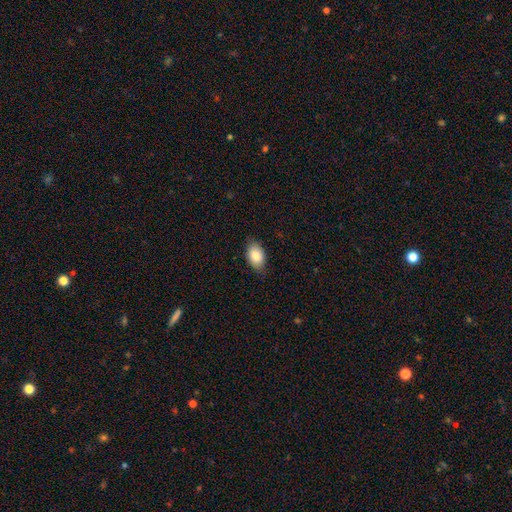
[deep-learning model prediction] Overall: smooth (84%). How rounded: in between (89%). Merging: none (81%).